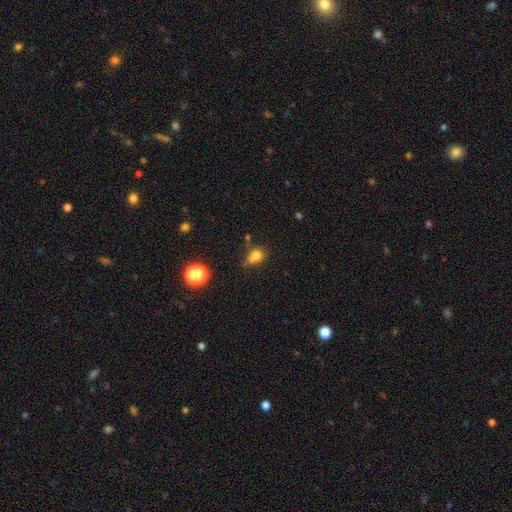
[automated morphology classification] smooth-or-featured: smooth: 75% | star or artifact: 15% | featured or disk: 10%
  how-rounded: round: 64% | in between: 35% | cigar-shaped: 2%
  merging: none: 44% | merger: 24% | minor disturbance: 23% | major disturbance: 9%